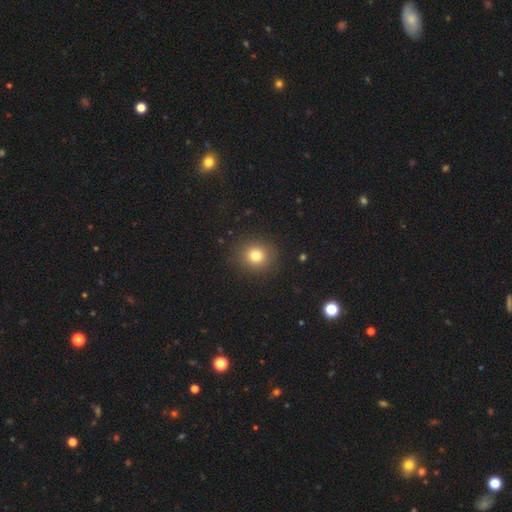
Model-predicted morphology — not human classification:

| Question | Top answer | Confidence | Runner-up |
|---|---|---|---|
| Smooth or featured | smooth | 79% | star or artifact (13%) |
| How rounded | round | 88% | in between (11%) |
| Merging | none | 90% | minor disturbance (6%) |